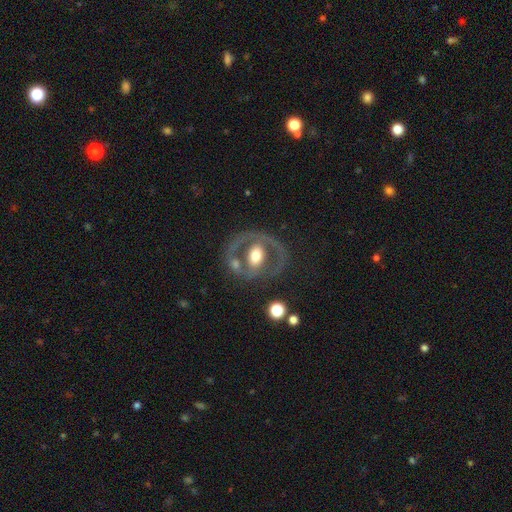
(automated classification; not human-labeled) The model was most divided on "bulge size": moderate: 57%, large: 31%, small: 7%, dominant: 3%, none: 2%. More confident: edge-on disk — no (94%); spiral arms — no (71%); smooth or featured — featured or disk (64%); merging — none (59%); bar — no (56%).